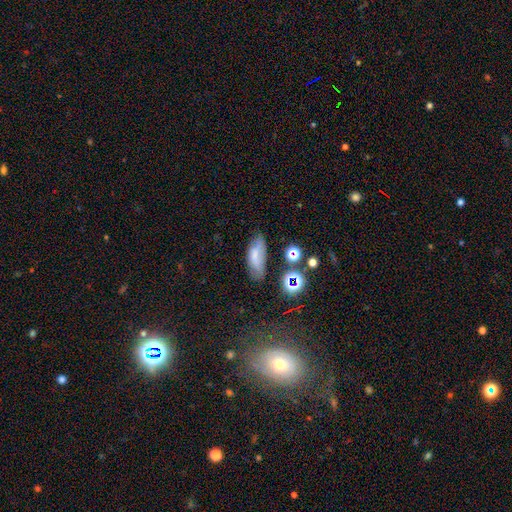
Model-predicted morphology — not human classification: smooth_or_featured: smooth (p=0.63) [alt: featured or disk p=0.23]
how_rounded: in between (p=0.78) [alt: cigar-shaped p=0.18]
merging: none (p=0.59) [alt: minor disturbance p=0.26]